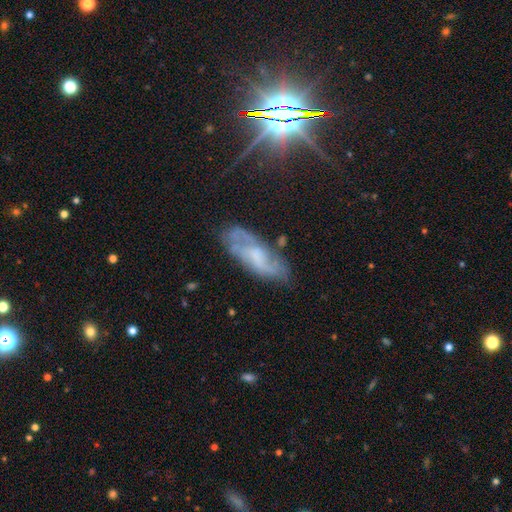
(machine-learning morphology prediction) featured or disk 62%, smooth 26%, star or artifact 12%. Down the decision tree: edge-on disk — no (83%); bar — no (56%); spiral arms — yes (77%); bulge size — none (31%, tied with small); merging — none (67%).